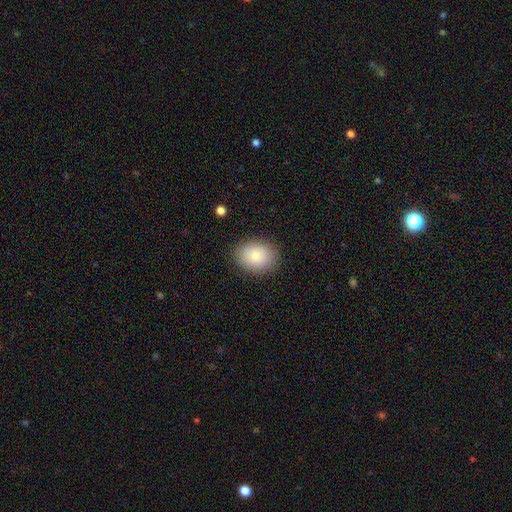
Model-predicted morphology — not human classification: The model was most divided on "how rounded": in between: 58%, round: 41%, cigar-shaped: 1%. More confident: merging — none (86%); smooth or featured — smooth (79%).